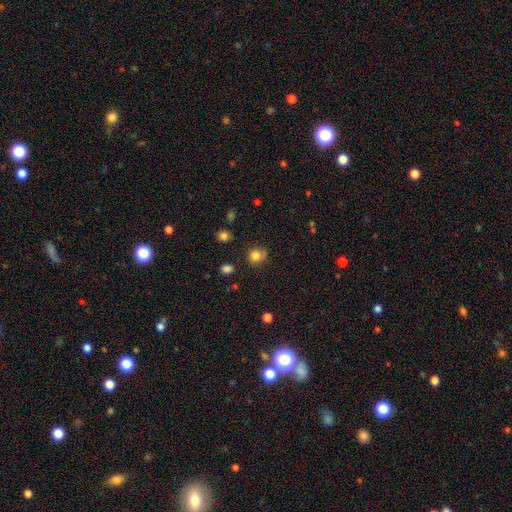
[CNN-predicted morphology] smooth_or_featured: smooth (p=0.80) [alt: star or artifact p=0.12]
how_rounded: round (p=0.83) [alt: in between p=0.16]
merging: none (p=0.68) [alt: minor disturbance p=0.21]